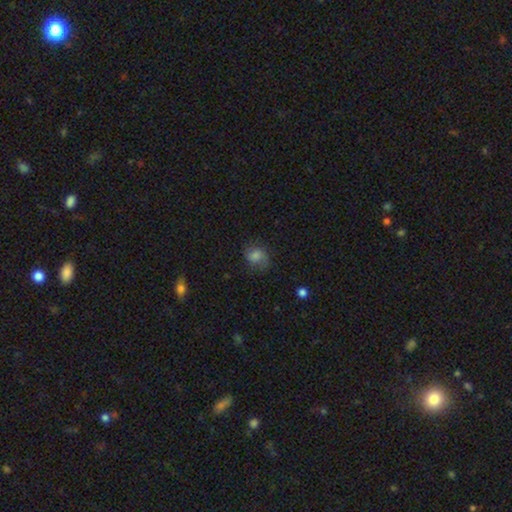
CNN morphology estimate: smooth-or-featured: smooth: 71% | featured or disk: 17% | star or artifact: 13%
  how-rounded: round: 54% | in between: 45% | cigar-shaped: 1%
  merging: none: 60% | minor disturbance: 26% | major disturbance: 12% | merger: 2%